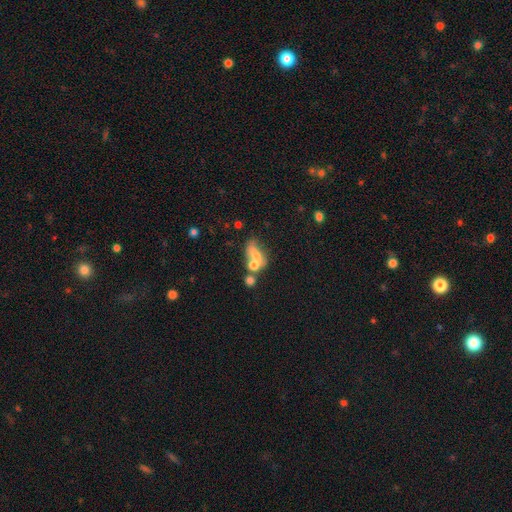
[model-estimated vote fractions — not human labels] A smooth galaxy with no disk features (58%) that is in between round and cigar-shaped (73%).

Vote fractions:
- Smooth or featured? smooth: 58% / featured or disk: 29% / star or artifact: 13%
- How rounded? in between: 73% / round: 19% / cigar-shaped: 8%
- Merging? merger: 47% / none: 24% / minor disturbance: 15% / major disturbance: 14%